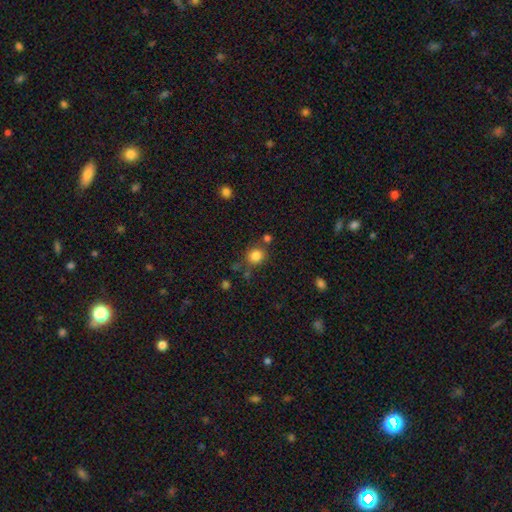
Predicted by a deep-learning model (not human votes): Morphology: type=smooth (84%); roundness=round (83%); merging=none (72%).